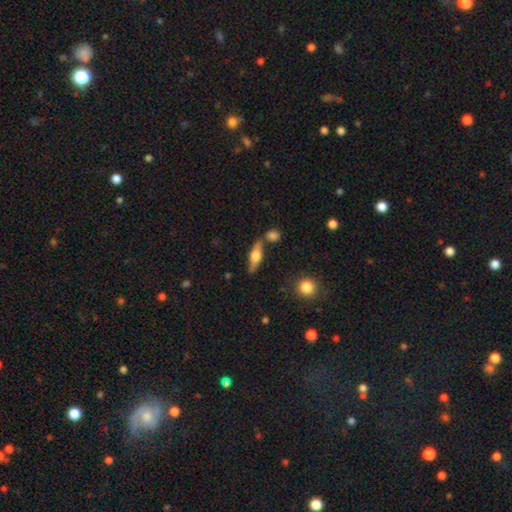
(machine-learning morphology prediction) A featured or disk galaxy (52%) viewed edge-on (89%). Merging: none (73%).